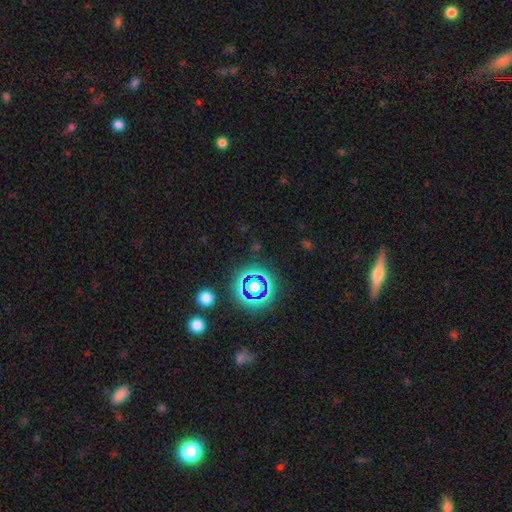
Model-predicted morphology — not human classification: Smooth or featured? Predicted: star or artifact (p=0.66).